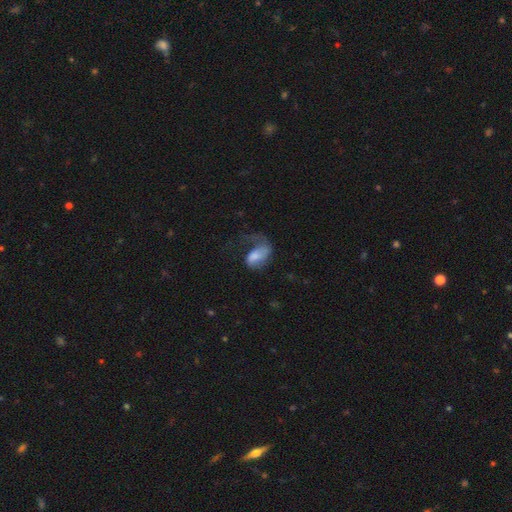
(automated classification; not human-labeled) A smooth galaxy with no disk features (50%) that is in between round and cigar-shaped (88%). Merging: major disturbance (58%).